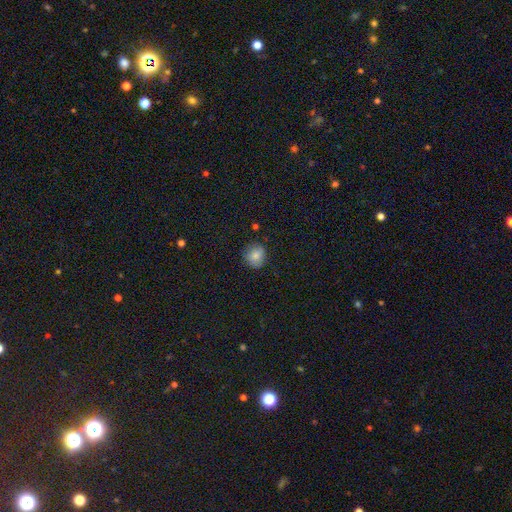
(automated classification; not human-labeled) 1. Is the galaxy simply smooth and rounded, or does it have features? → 82% smooth, 10% star or artifact, 8% featured or disk.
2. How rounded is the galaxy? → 80% round, 19% in between, 1% cigar-shaped.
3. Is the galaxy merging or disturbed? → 81% none, 14% minor disturbance, 3% major disturbance, 1% merger.